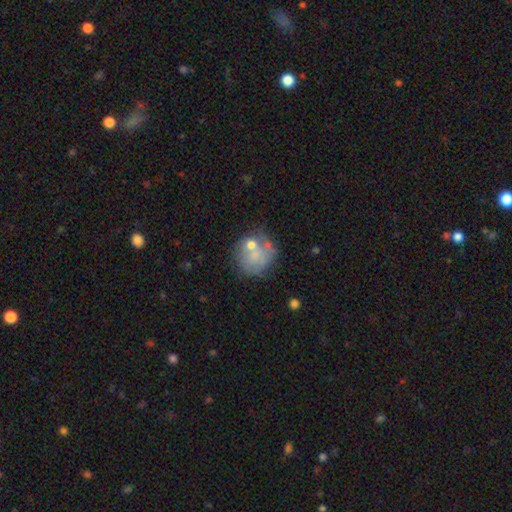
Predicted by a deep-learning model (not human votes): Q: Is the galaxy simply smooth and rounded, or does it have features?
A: smooth — 52%.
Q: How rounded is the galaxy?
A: round — 81%.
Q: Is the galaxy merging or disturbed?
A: none — 50%.